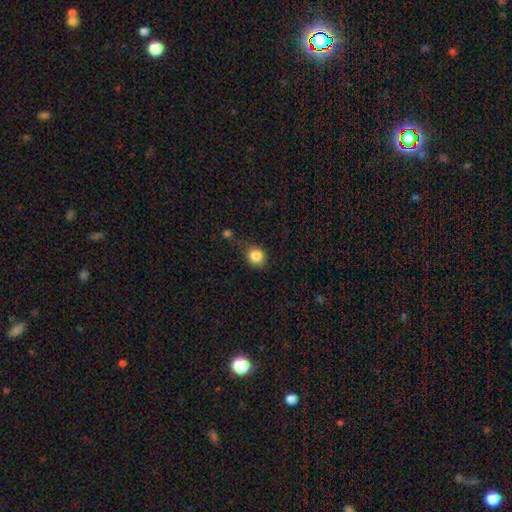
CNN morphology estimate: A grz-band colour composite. It shows a smooth galaxy with no disk features (85%) that is round (78%). Merging: none (65%).